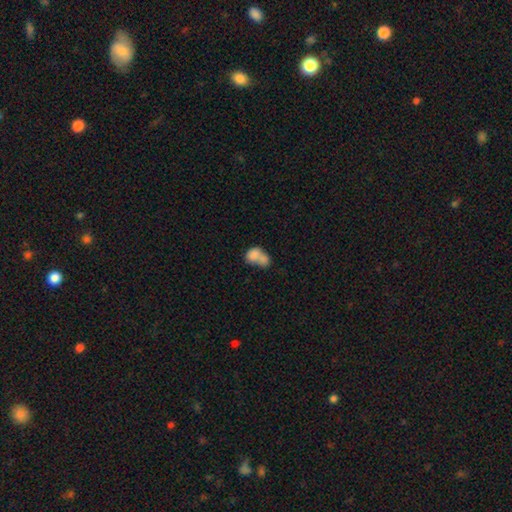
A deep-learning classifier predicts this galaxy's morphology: smooth 76%, featured or disk 15%, star or artifact 9%. Down the decision tree: how rounded — in between (67%); merging — merger (68%).